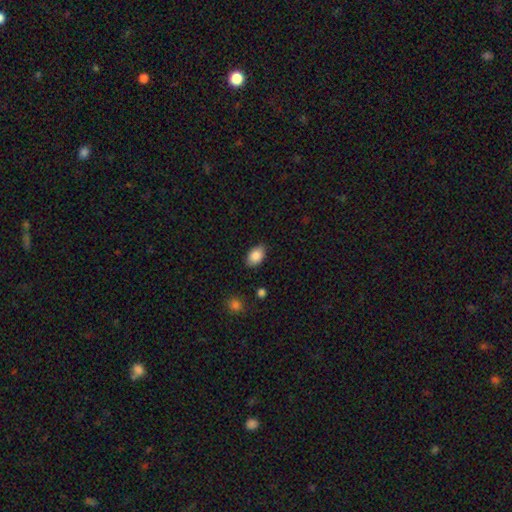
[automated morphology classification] smooth-or-featured: smooth: 87% | star or artifact: 7% | featured or disk: 5%
  how-rounded: in between: 88% | round: 11% | cigar-shaped: 1%
  merging: none: 85% | minor disturbance: 11% | major disturbance: 3% | merger: 1%